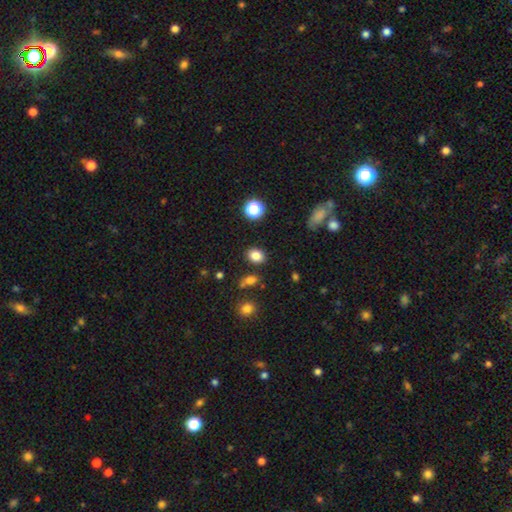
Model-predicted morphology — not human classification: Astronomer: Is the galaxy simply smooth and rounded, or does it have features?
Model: smooth — 82%.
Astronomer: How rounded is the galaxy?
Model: in between — 58% (runner-up: round, 41%).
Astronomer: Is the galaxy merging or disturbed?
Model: none — 83%.